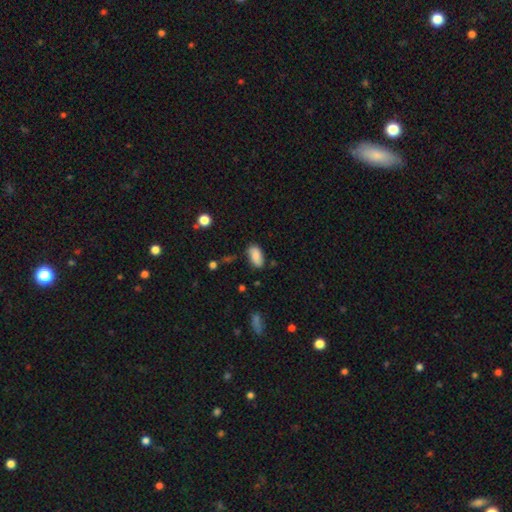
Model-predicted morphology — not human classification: type=smooth (85%); roundness=in between (93%); merging=none (75%).